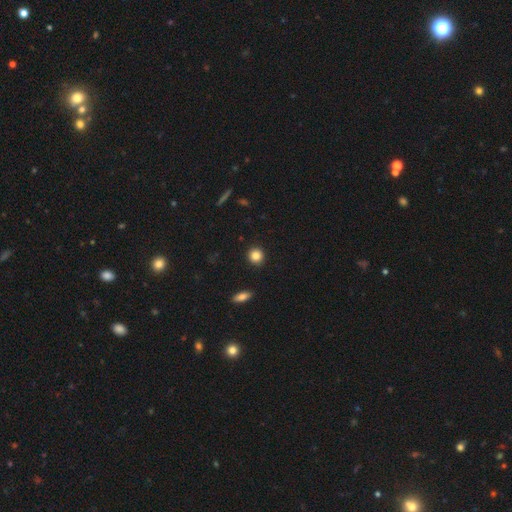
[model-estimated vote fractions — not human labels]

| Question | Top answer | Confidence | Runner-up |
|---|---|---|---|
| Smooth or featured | smooth | 85% | star or artifact (10%) |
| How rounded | round | 89% | in between (9%) |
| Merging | none | 92% | minor disturbance (5%) |